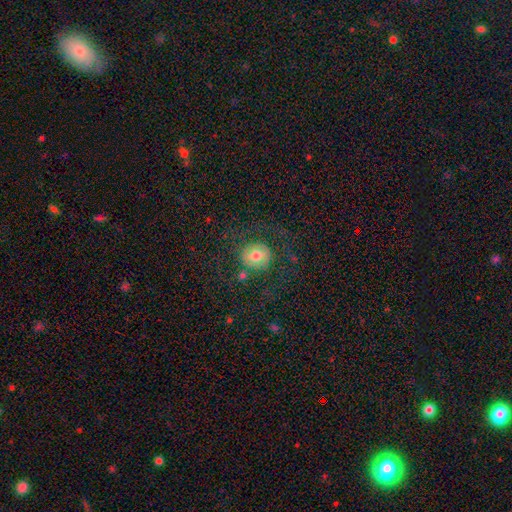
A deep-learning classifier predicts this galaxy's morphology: type=smooth (64%); roundness=round (85%); merging=none (69%).